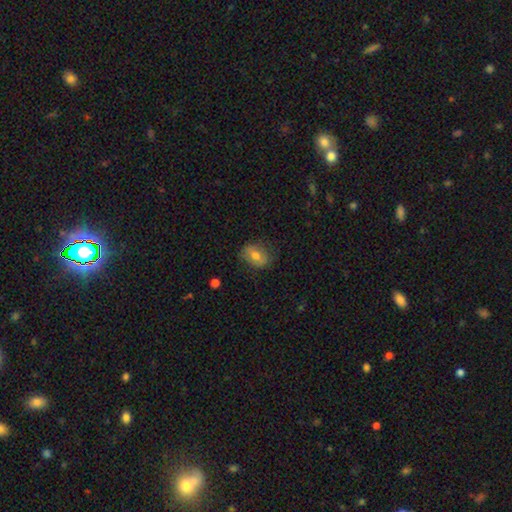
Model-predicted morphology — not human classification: The model was most divided on "smooth or featured": smooth: 62%, featured or disk: 28%, star or artifact: 9%. More confident: merging — none (76%); how rounded — in between (66%).